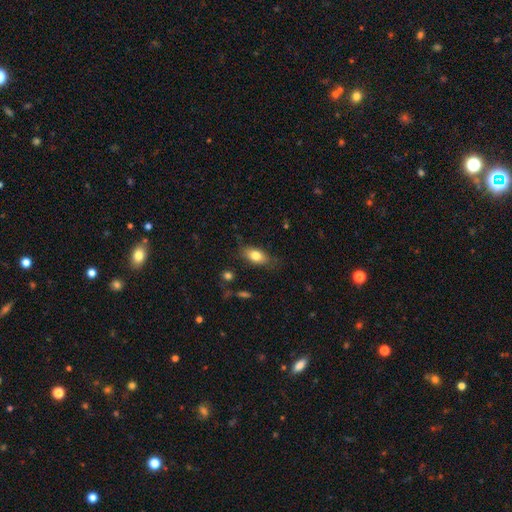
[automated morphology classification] smooth_or_featured: smooth (p=0.78) [alt: featured or disk p=0.14]
how_rounded: in between (p=0.84) [alt: cigar-shaped p=0.09]
merging: none (p=0.76) [alt: minor disturbance p=0.18]